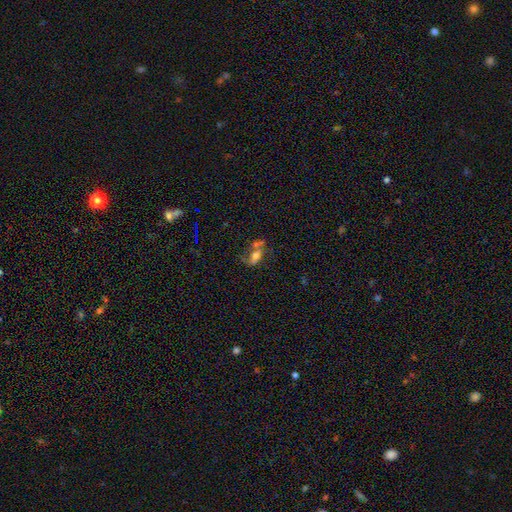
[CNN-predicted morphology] A smooth galaxy with no disk features (49%). Merging: none (33%, tied with merger).